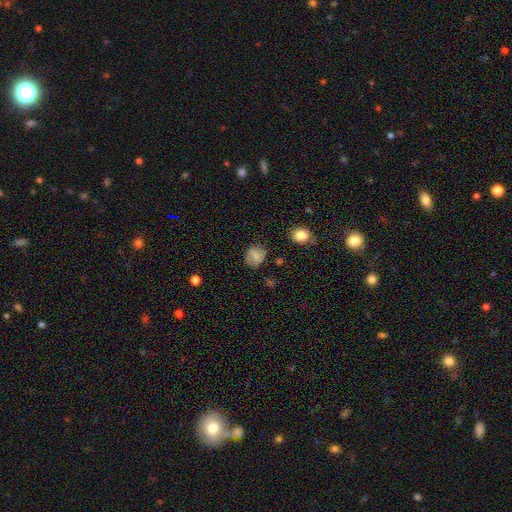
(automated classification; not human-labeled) smooth_or_featured: smooth (p=0.69) [alt: featured or disk p=0.22]
how_rounded: round (p=0.64) [alt: in between p=0.35]
merging: none (p=0.80) [alt: minor disturbance p=0.15]